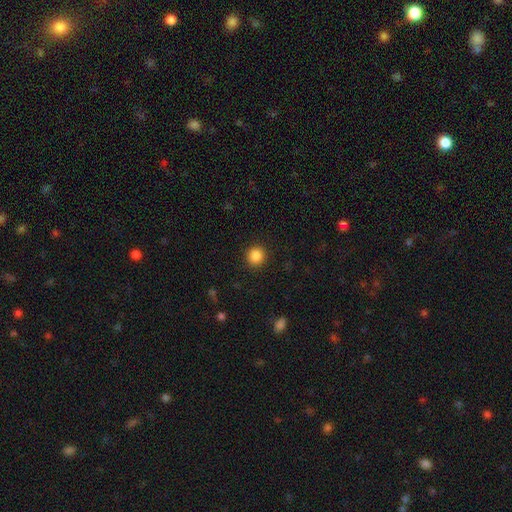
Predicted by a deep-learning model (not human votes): Smooth or featured: smooth — 87% (star or artifact — 10%)
How rounded: round — 91% (in between — 8%)
Merging: none — 91% (minor disturbance — 5%)